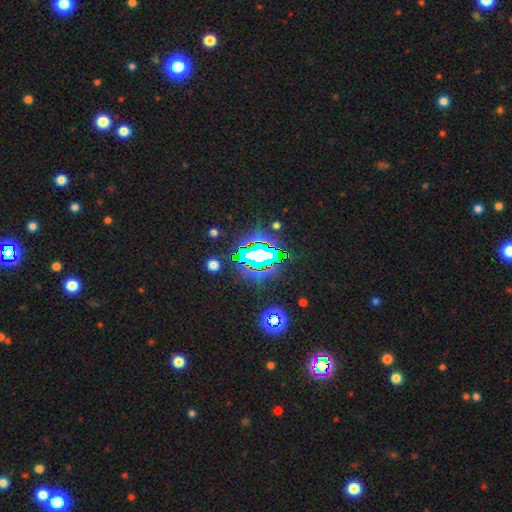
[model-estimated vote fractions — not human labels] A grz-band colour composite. It shows a star or artifact, not a galaxy (68%).